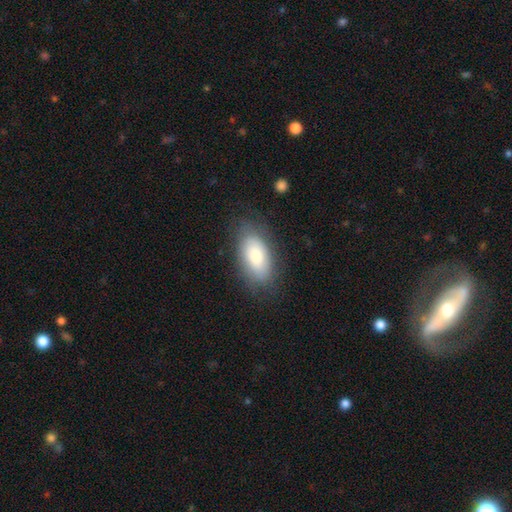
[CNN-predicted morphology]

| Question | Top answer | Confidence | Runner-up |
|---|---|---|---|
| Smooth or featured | smooth | 76% | featured or disk (17%) |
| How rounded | in between | 92% | round (4%) |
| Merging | none | 78% | minor disturbance (15%) |